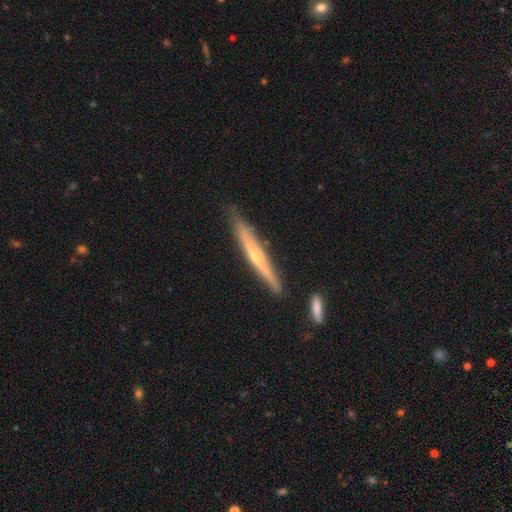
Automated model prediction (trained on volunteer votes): smooth_or_featured: featured or disk (p=0.62) [alt: smooth p=0.32]
disk_edge_on: yes (p=0.95) [alt: no p=0.05]
edge_on_bulge: rounded (p=0.57) [alt: none p=0.38]
merging: none (p=0.80) [alt: minor disturbance p=0.15]